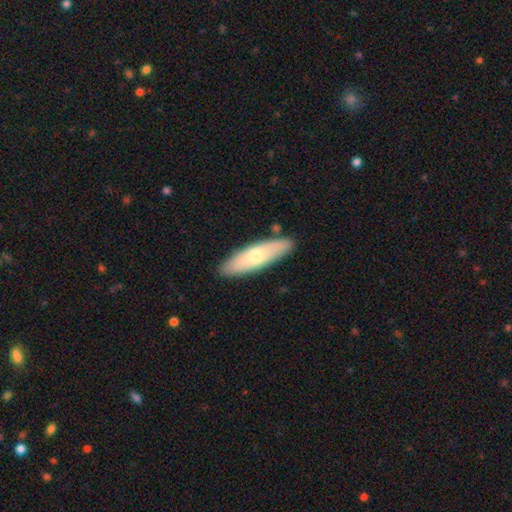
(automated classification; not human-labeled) This is likely a smooth galaxy (61%). How rounded: possibly cigar-shaped (58%). Merging: clearly none (86%).